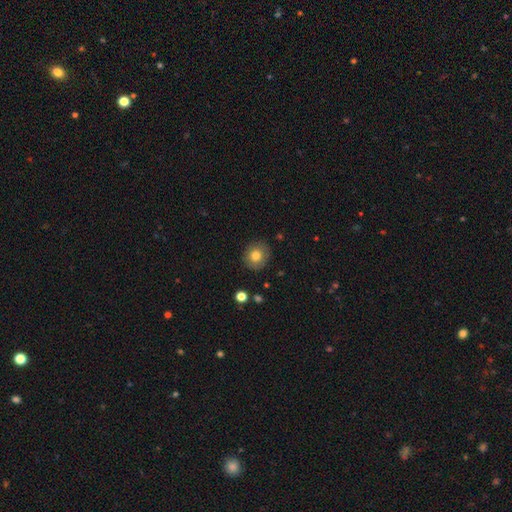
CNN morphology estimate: Smooth or featured? smooth (78%)
How rounded? round (78%)
Merging? none (85%)